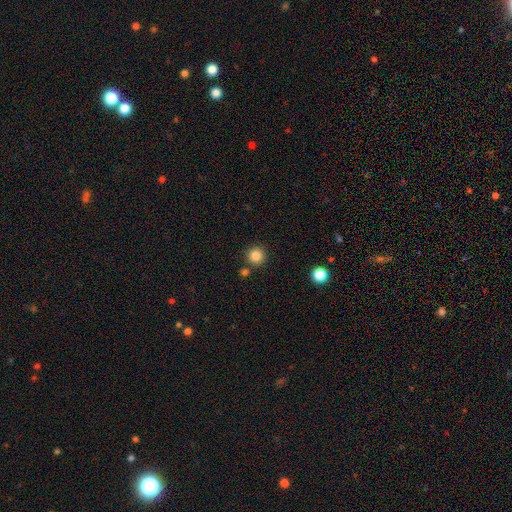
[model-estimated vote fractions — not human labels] This appears to be a smooth galaxy with no disk features (85%) that is round (95%). Merging: none (85%).